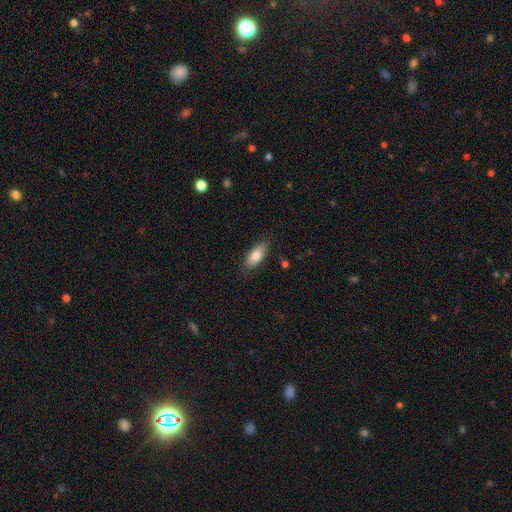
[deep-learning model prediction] This appears to be a smooth galaxy with no disk features (82%) that is in between round and cigar-shaped (83%). Merging: none (84%).